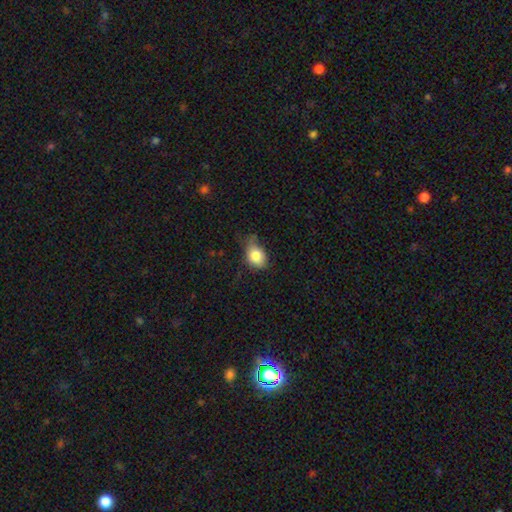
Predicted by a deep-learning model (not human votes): Morphology: type=smooth (83%); roundness=in between (69%); merging=minor disturbance (42%, tied with none).